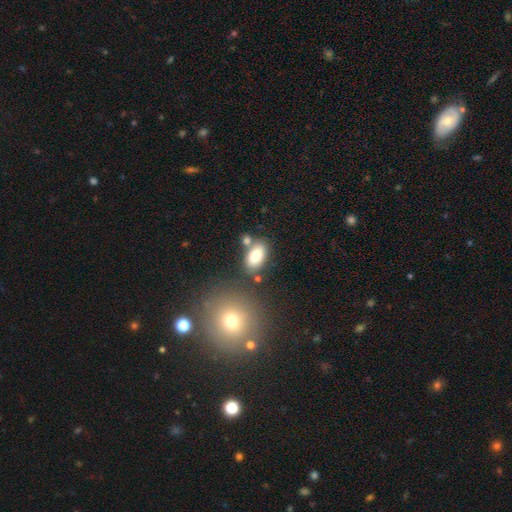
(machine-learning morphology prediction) Smooth or featured: smooth — 79% (featured or disk — 13%)
How rounded: in between — 90% (round — 8%)
Merging: none — 69% (merger — 15%)